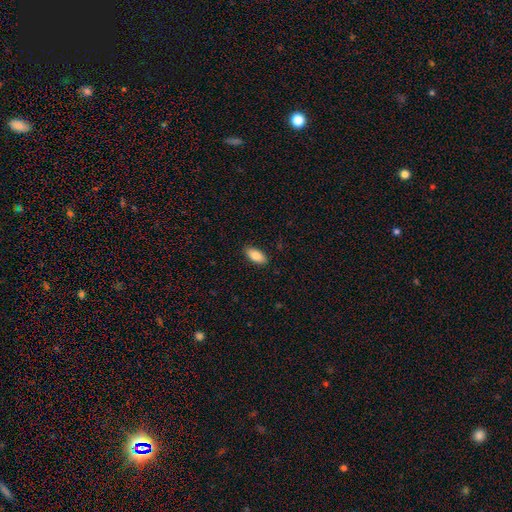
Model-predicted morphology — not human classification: This is clearly a smooth galaxy (85%). How rounded: clearly in between (89%). Merging: clearly none (88%).